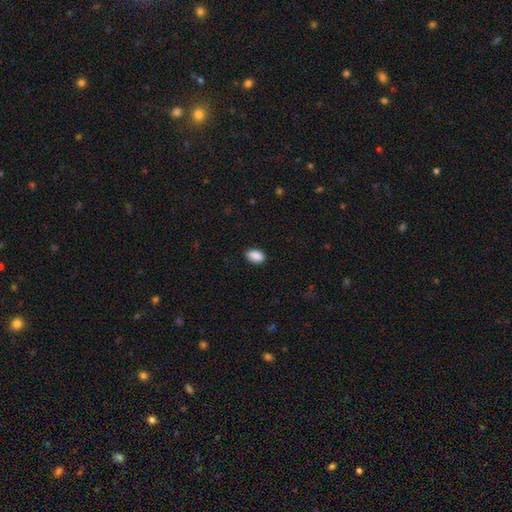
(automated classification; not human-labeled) smooth_or_featured: smooth (p=0.90) [alt: star or artifact p=0.07]
how_rounded: in between (p=0.90) [alt: round p=0.09]
merging: none (p=0.86) [alt: minor disturbance p=0.10]